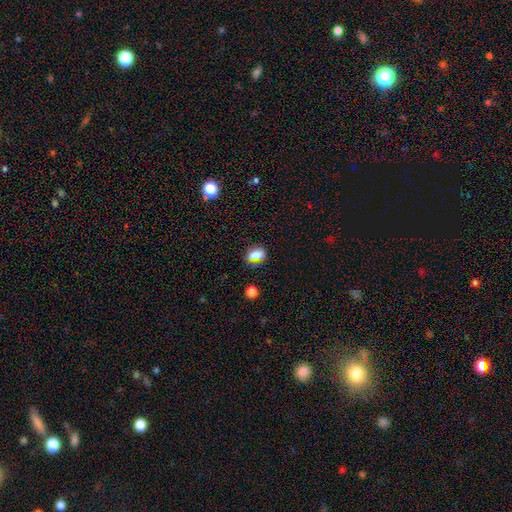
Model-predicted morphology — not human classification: A smooth galaxy with no disk features (75%) that is in between round and cigar-shaped (63%).

Vote fractions:
- Smooth or featured? smooth: 75% / star or artifact: 18% / featured or disk: 7%
- How rounded? in between: 63% / round: 34% / cigar-shaped: 3%
- Merging? none: 71% / minor disturbance: 18% / major disturbance: 6% / merger: 5%